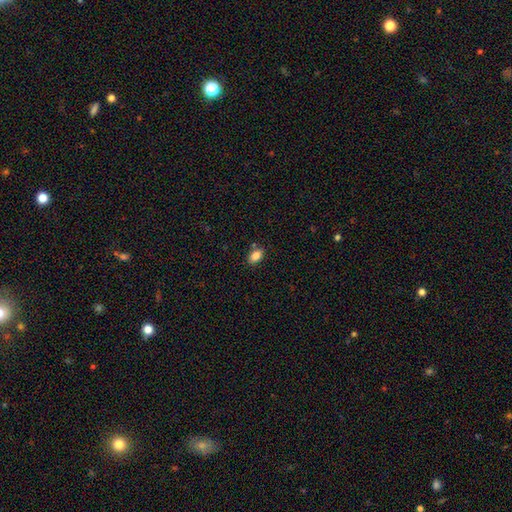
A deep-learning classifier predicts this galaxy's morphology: smooth 83%, star or artifact 9%, featured or disk 8%. Down the decision tree: how rounded — in between (84%); merging — none (81%).